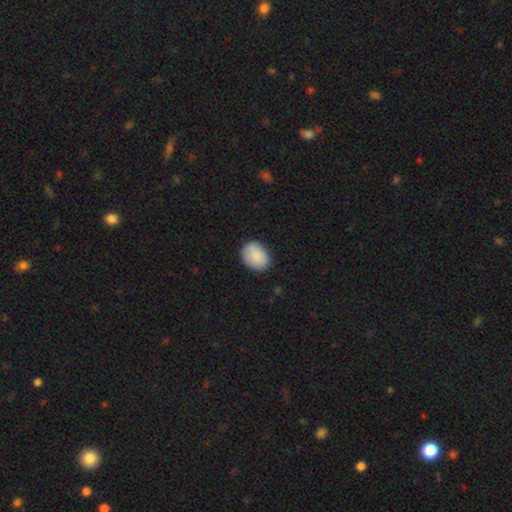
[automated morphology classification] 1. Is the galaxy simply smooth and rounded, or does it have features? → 86% smooth, 7% featured or disk, 7% star or artifact.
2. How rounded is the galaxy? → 66% in between, 33% round, 1% cigar-shaped.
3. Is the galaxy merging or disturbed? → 79% none, 16% minor disturbance, 3% major disturbance, 1% merger.